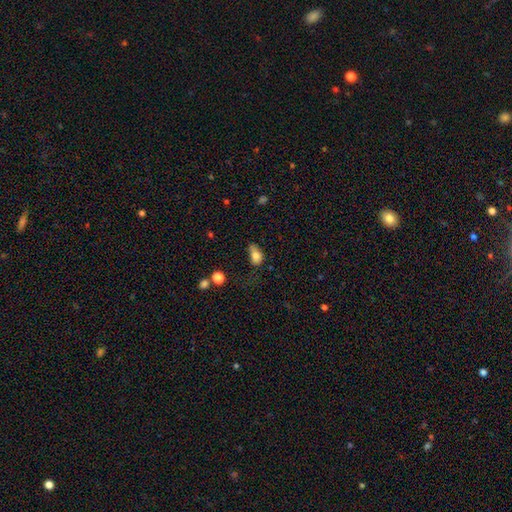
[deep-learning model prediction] Overall: smooth (77%). How rounded: in between (80%). Merging: minor disturbance (37%; none 30%).